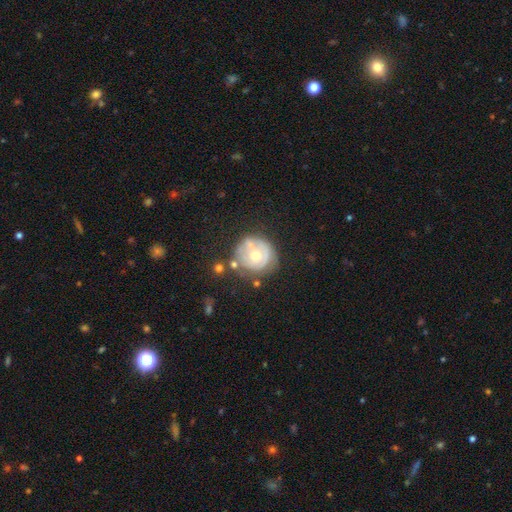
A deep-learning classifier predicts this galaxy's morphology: Q: Smooth or featured?
A: featured or disk (54%); runner-up: smooth (38%)
Q: Edge-on disk?
A: no (97%); runner-up: yes (3%)
Q: Bar?
A: no (87%); runner-up: weak (11%)
Q: Spiral arms?
A: no (60%); runner-up: yes (40%)
Q: Bulge size?
A: moderate (63%); runner-up: small (31%)
Q: Merging?
A: none (57%); runner-up: minor disturbance (22%)